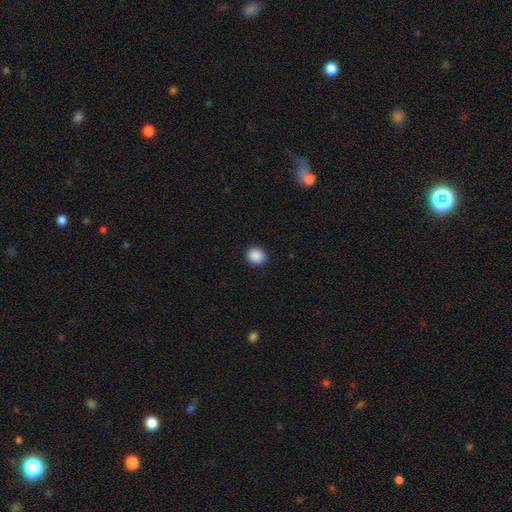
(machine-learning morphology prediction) smooth-or-featured: smooth: 89% | star or artifact: 8% | featured or disk: 2%
  how-rounded: round: 63% | in between: 37% | cigar-shaped: 1%
  merging: none: 90% | minor disturbance: 7% | major disturbance: 2% | merger: 1%